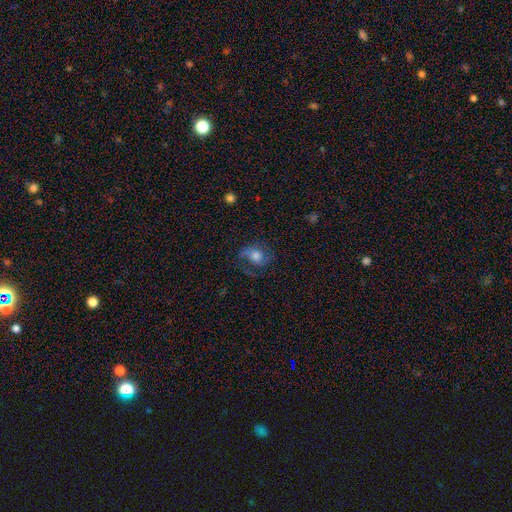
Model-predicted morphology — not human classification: Smooth or featured: featured or disk — 57% (smooth — 33%)
Edge-on disk: no — 97% (yes — 3%)
Bar: no — 67% (weak — 27%)
Spiral arms: yes — 88% (no — 12%)
Bulge size: moderate — 51% (large — 27%)
Merging: none — 59% (major disturbance — 20%)